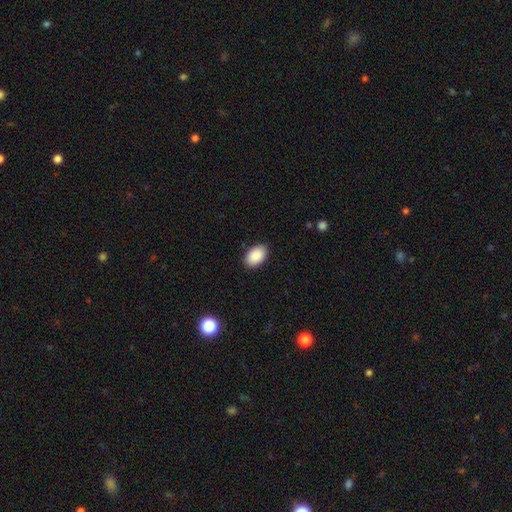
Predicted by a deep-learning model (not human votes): This is clearly a smooth galaxy (91%). How rounded: clearly in between (92%). Merging: clearly none (88%).